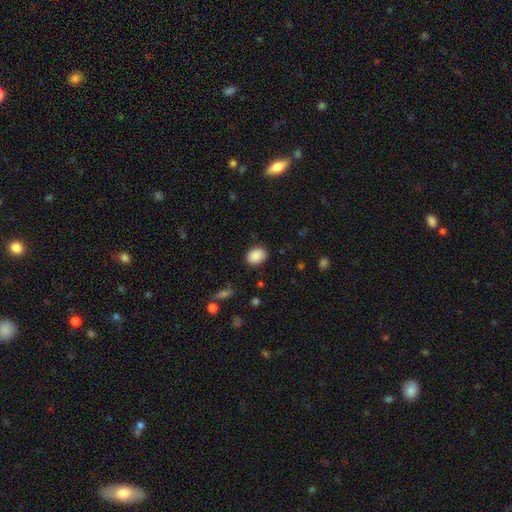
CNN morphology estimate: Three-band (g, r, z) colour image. It shows a smooth galaxy with no disk features (88%) that is in between round and cigar-shaped (66%). Merging: none (86%).